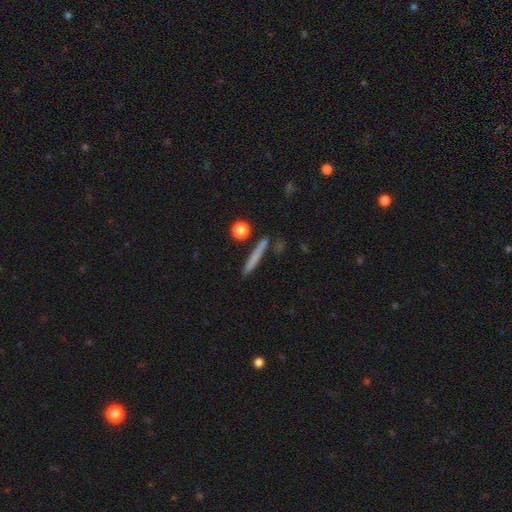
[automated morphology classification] Smooth or featured?
  - smooth: 65% *
  - featured or disk: 26%
  - star or artifact: 9%
How rounded?
  - cigar-shaped: 92% *
  - round: 4%
  - in between: 4%
Merging?
  - none: 82% *
  - minor disturbance: 10%
  - merger: 5%
  - major disturbance: 3%